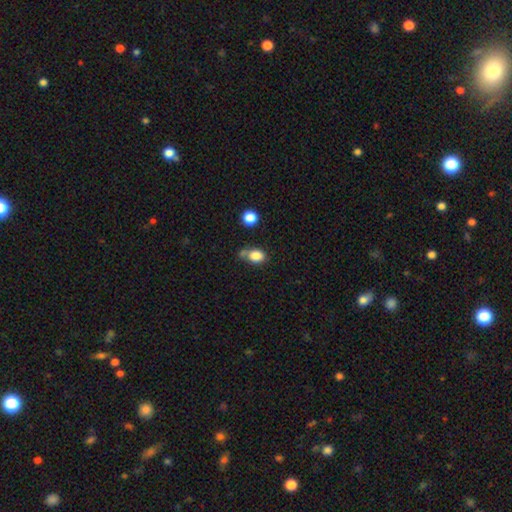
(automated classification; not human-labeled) Smooth or featured: smooth — 83% (star or artifact — 10%)
How rounded: in between — 65% (round — 33%)
Merging: none — 52% (merger — 22%)